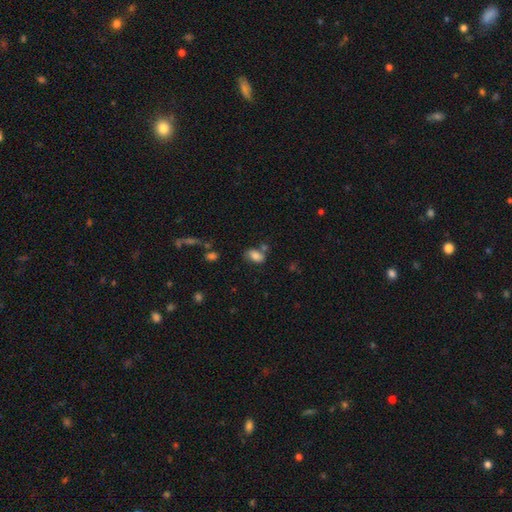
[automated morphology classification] smooth 81%, star or artifact 10%, featured or disk 9%. Down the decision tree: how rounded — in between (88%); merging — none (56%).